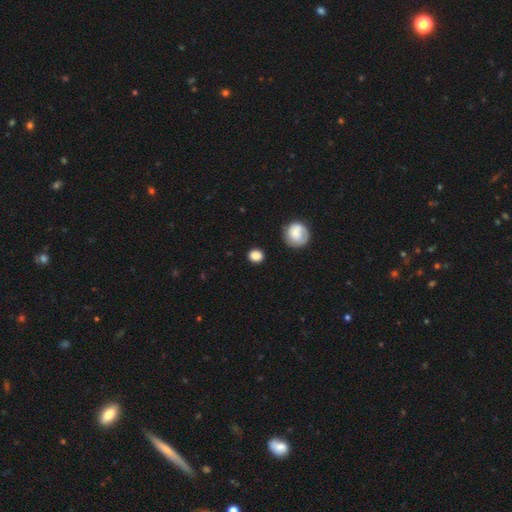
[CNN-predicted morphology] A smooth galaxy with no disk features (86%) that is round (79%).

Vote fractions:
- Smooth or featured? smooth: 86% / star or artifact: 9% / featured or disk: 5%
- How rounded? round: 79% / in between: 20% / cigar-shaped: 1%
- Merging? none: 86% / minor disturbance: 9% / major disturbance: 3% / merger: 2%